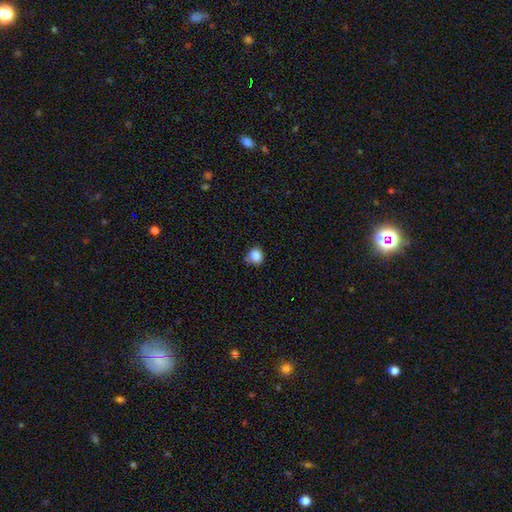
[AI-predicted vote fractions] Morphology: type=smooth (85%); roundness=round (81%); merging=none (58%).